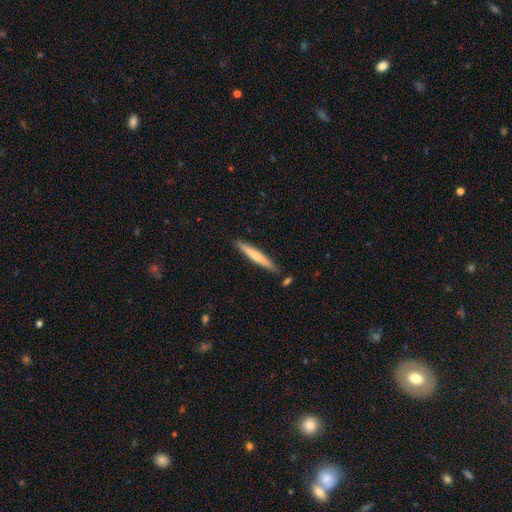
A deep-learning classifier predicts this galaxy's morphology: A smooth galaxy with no disk features (56%) that is cigar-shaped (95%).

Vote fractions:
- Smooth or featured? smooth: 56% / featured or disk: 38% / star or artifact: 5%
- How rounded? cigar-shaped: 95% / in between: 4% / round: 1%
- Merging? none: 85% / minor disturbance: 10% / merger: 4% / major disturbance: 2%